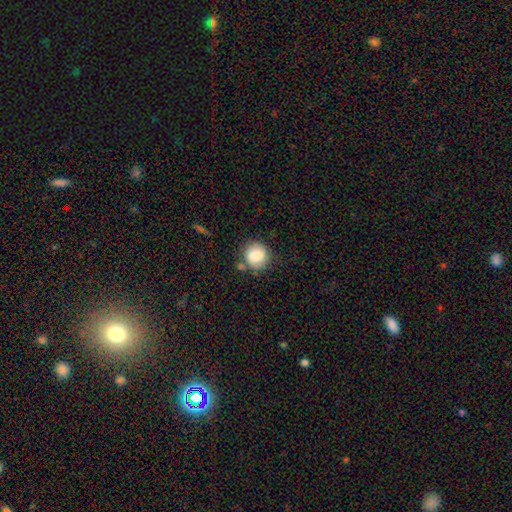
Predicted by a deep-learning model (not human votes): smooth-or-featured: smooth: 83% | featured or disk: 9% | star or artifact: 8%
  how-rounded: round: 85% | in between: 14% | cigar-shaped: 1%
  merging: none: 72% | minor disturbance: 16% | merger: 8% | major disturbance: 5%